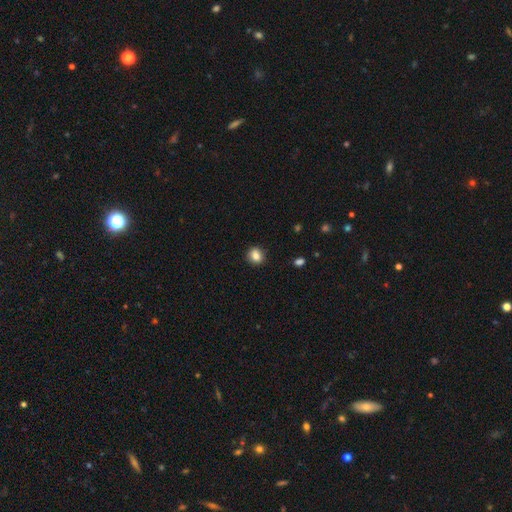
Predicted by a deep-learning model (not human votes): smooth-or-featured: smooth: 84% | star or artifact: 10% | featured or disk: 7%
  how-rounded: round: 79% | in between: 20% | cigar-shaped: 1%
  merging: none: 89% | minor disturbance: 8% | major disturbance: 2% | merger: 1%